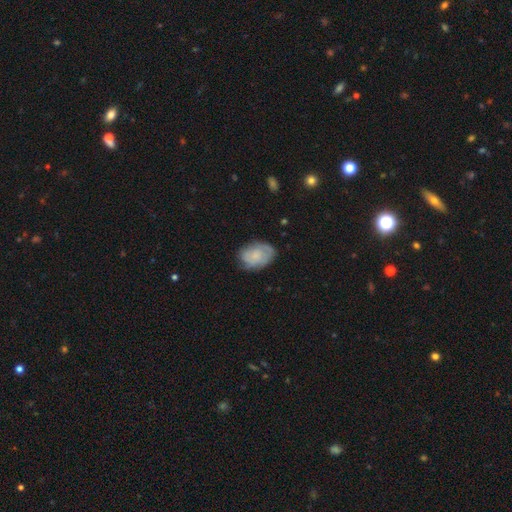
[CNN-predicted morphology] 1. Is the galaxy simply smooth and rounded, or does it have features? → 57% smooth, 35% featured or disk, 7% star or artifact.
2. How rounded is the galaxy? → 79% in between, 19% round, 1% cigar-shaped.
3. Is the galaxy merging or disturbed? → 66% none, 25% minor disturbance, 7% major disturbance, 1% merger.